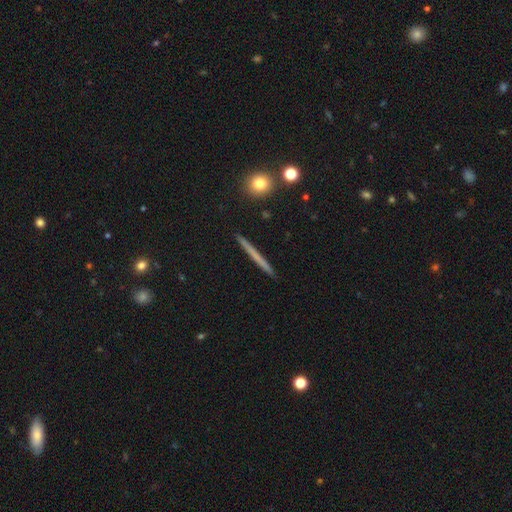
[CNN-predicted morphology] Overall: smooth (49%; featured or disk 44%). Merging: none (92%).